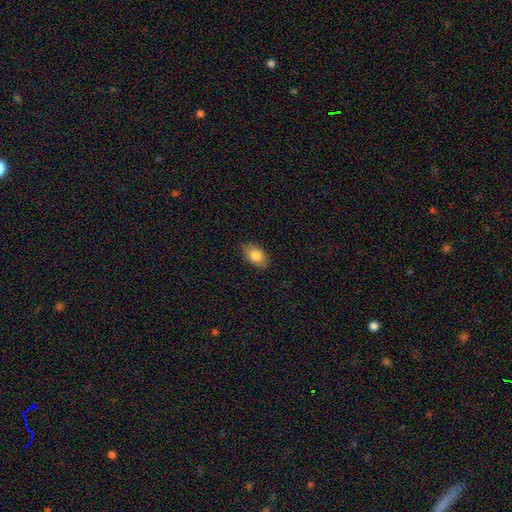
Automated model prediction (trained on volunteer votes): Overall: smooth (82%). How rounded: in between (89%). Merging: none (84%).